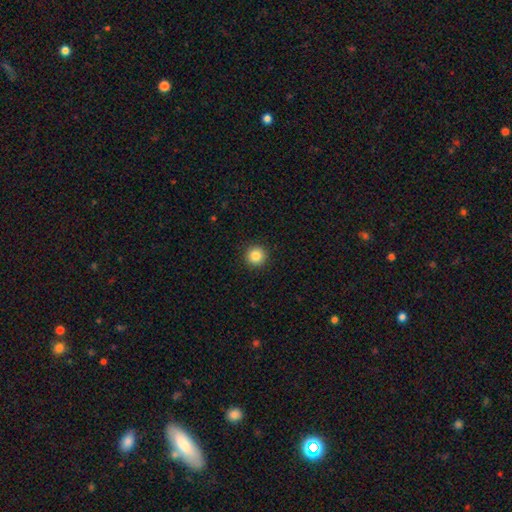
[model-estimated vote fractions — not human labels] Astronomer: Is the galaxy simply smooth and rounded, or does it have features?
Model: smooth — 85%.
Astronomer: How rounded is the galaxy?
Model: round — 96%.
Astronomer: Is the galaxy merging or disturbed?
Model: none — 93%.